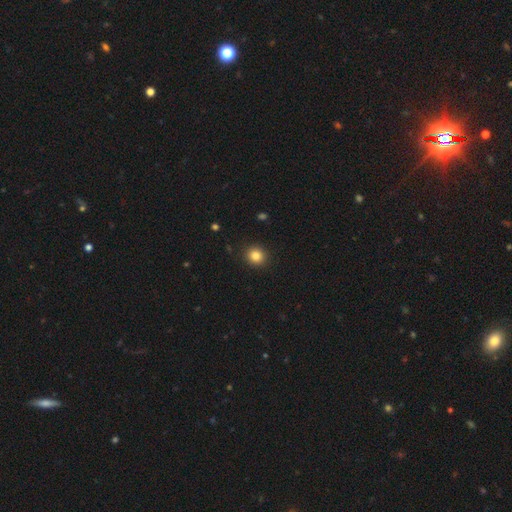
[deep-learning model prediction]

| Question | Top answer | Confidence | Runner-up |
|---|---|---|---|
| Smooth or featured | smooth | 84% | star or artifact (11%) |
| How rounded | round | 88% | in between (11%) |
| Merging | none | 91% | minor disturbance (6%) |